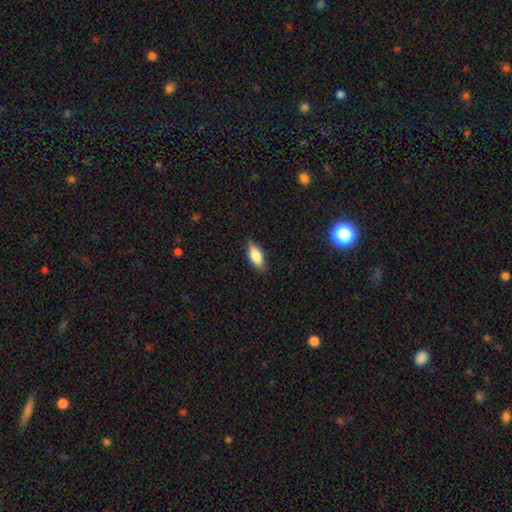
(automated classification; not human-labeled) Overall: smooth (80%). How rounded: in between (80%). Merging: none (85%).